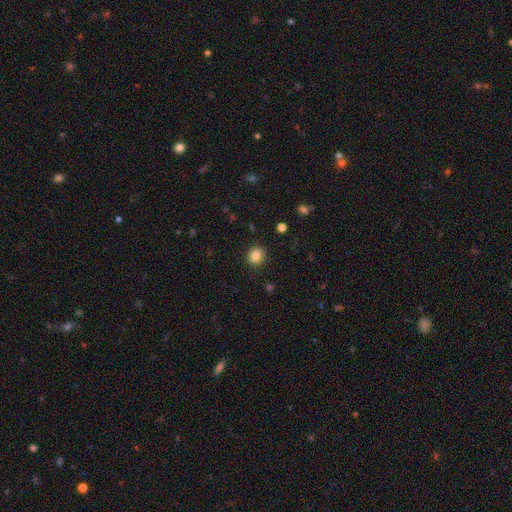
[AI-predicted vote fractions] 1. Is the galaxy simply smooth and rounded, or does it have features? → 85% smooth, 10% star or artifact, 5% featured or disk.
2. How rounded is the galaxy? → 72% round, 27% in between, 1% cigar-shaped.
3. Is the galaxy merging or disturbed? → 90% none, 7% minor disturbance, 2% major disturbance, 1% merger.